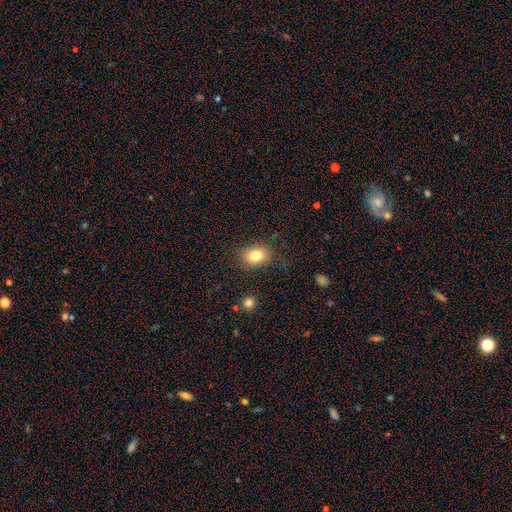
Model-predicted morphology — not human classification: Smooth or featured?
  - smooth: 81% *
  - star or artifact: 10%
  - featured or disk: 10%
How rounded?
  - in between: 65% *
  - round: 34%
  - cigar-shaped: 1%
Merging?
  - none: 83% *
  - minor disturbance: 12%
  - major disturbance: 4%
  - merger: 2%